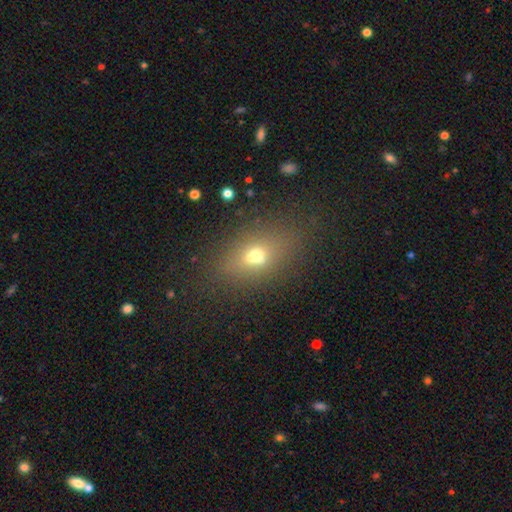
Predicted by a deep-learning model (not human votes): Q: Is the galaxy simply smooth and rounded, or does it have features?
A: smooth — 57%.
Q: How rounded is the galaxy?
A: in between — 70%.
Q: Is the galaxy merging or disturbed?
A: none — 66%.